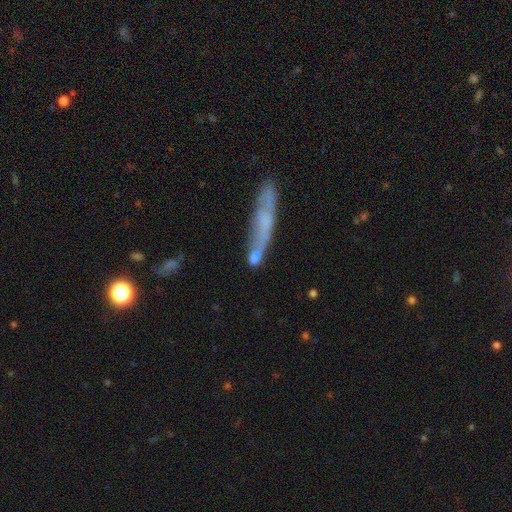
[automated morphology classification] The model was most divided on "smooth or featured": smooth: 56%, featured or disk: 34%, star or artifact: 11%. Remaining: how rounded — cigar-shaped (74%); merging — none (46%).